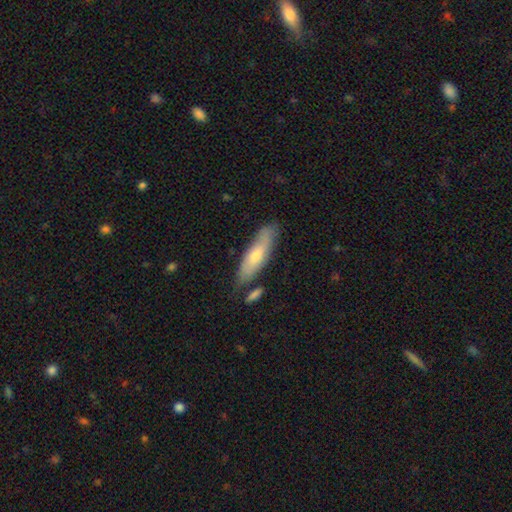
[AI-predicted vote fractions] This is likely a smooth galaxy (60%). How rounded: likely cigar-shaped (63%). Merging: likely none (73%).